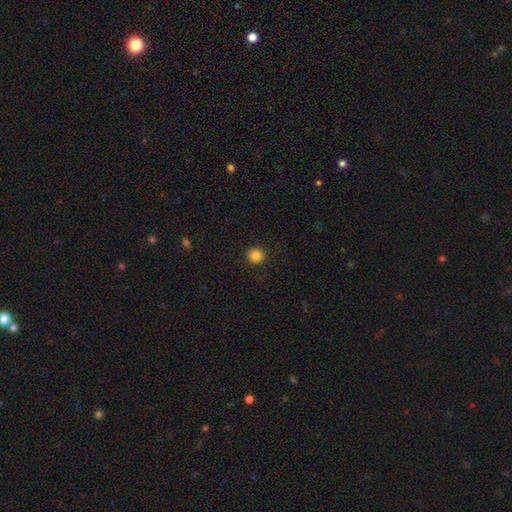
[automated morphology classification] Q: Smooth or featured?
A: smooth (86%); runner-up: star or artifact (11%)
Q: How rounded?
A: round (93%); runner-up: in between (6%)
Q: Merging?
A: none (92%); runner-up: minor disturbance (5%)